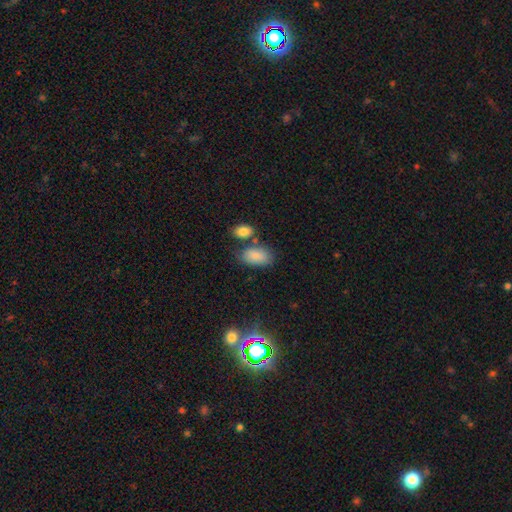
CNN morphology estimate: Overall: smooth (85%). How rounded: in between (93%). Merging: none (59%).